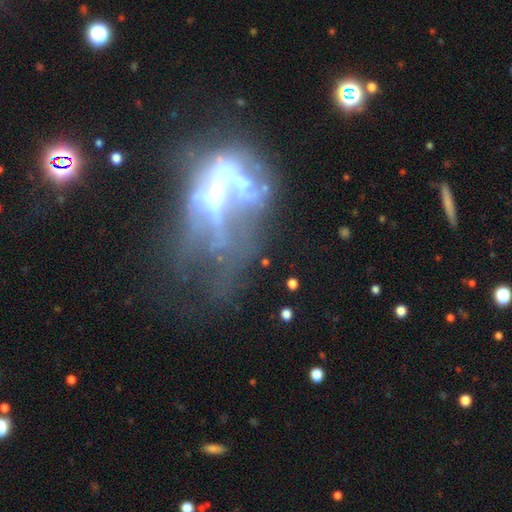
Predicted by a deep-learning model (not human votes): featured or disk 65%, star or artifact 18%, smooth 17%. Down the decision tree: edge-on disk — no (86%); bar — no (59%); spiral arms — no (81%); bulge size — none (35%); merging — major disturbance (48%).